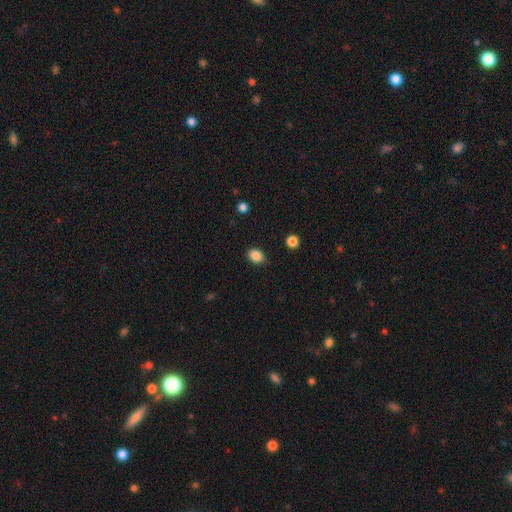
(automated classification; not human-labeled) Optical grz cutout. It shows a smooth galaxy with no disk features (86%) that is in between round and cigar-shaped (61%). Merging: none (84%).